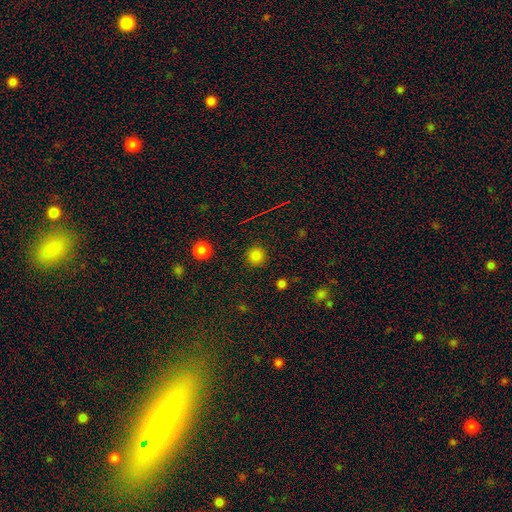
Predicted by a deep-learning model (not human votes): Smooth or featured? smooth (80%)
How rounded? round (94%)
Merging? none (90%)